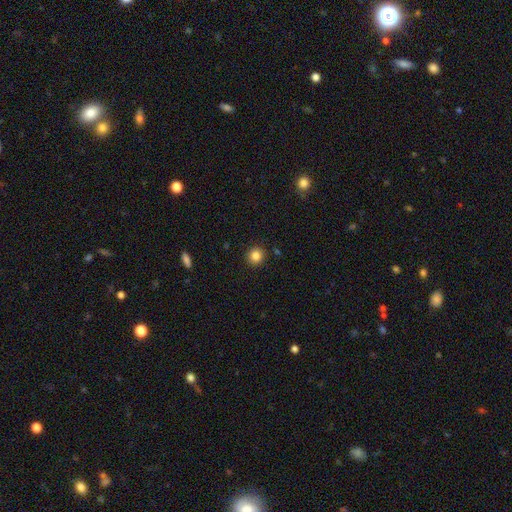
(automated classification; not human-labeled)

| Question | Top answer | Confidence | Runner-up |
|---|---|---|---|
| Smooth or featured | smooth | 84% | star or artifact (11%) |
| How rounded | round | 92% | in between (7%) |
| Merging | none | 91% | minor disturbance (6%) |